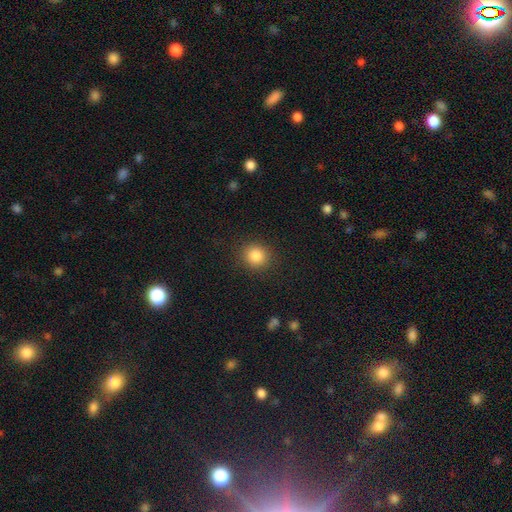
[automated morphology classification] type=smooth (85%); roundness=round (87%); merging=none (89%).